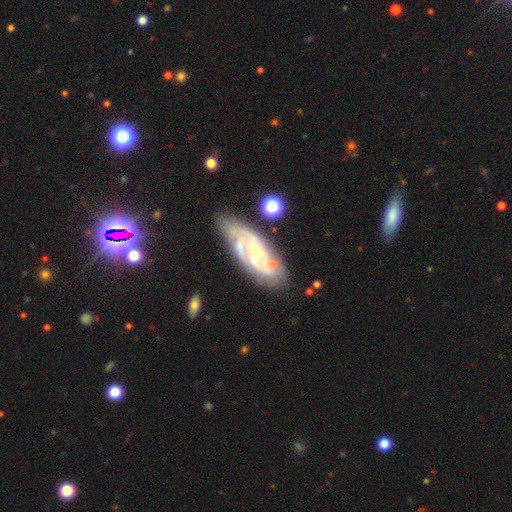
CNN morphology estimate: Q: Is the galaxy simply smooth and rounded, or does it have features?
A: featured or disk — 74%.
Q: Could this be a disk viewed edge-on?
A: no — 88%.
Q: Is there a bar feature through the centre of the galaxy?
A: no — 58%.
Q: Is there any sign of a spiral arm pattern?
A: yes — 88%.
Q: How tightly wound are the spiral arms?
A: tight — 55%.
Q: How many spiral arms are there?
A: can't tell — 39%.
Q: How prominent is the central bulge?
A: small — 70%.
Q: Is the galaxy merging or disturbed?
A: none — 71%.